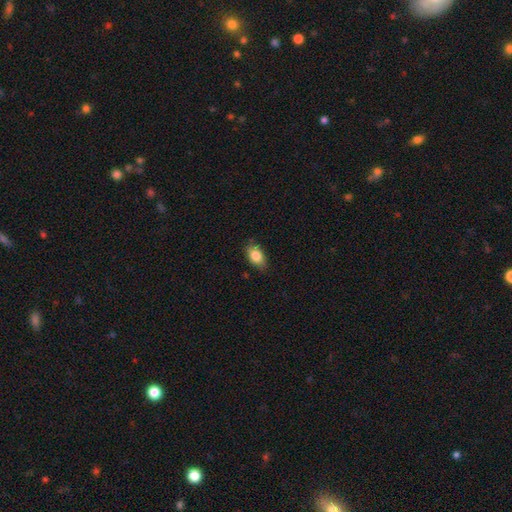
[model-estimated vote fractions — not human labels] Smooth or featured: smooth — 84% (featured or disk — 9%)
How rounded: in between — 88% (round — 9%)
Merging: none — 78% (minor disturbance — 17%)